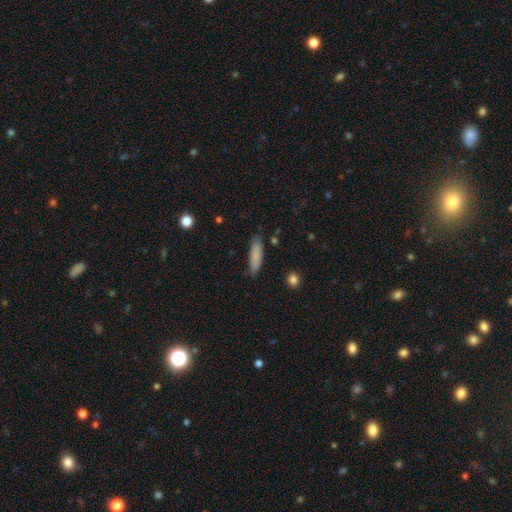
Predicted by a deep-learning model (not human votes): Smooth or featured? smooth (83%)
How rounded? cigar-shaped (62%)
Merging? none (80%)